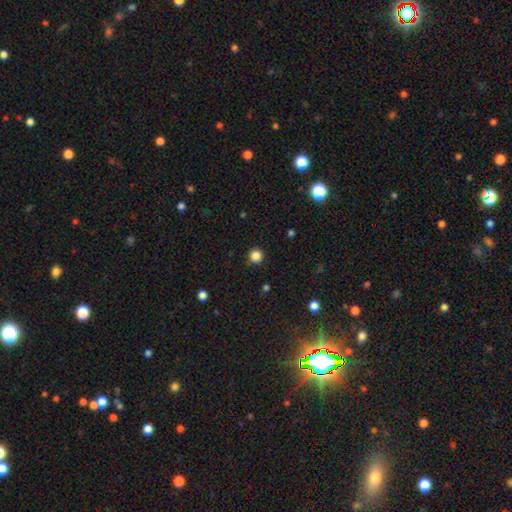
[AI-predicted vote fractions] smooth 85%, star or artifact 12%, featured or disk 3%. Down the decision tree: how rounded — round (95%); merging — none (91%).